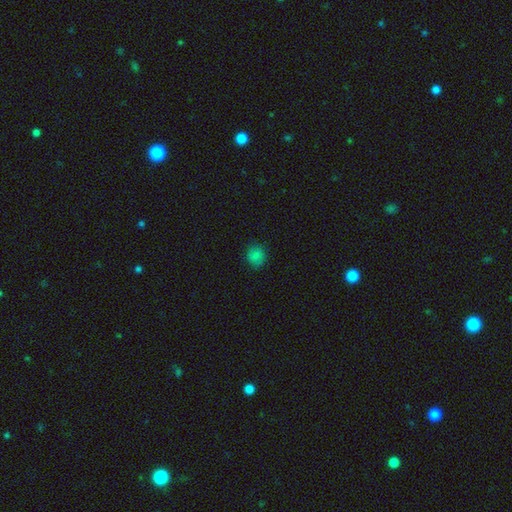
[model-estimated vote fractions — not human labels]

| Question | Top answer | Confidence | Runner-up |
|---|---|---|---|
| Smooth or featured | smooth | 81% | star or artifact (14%) |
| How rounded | round | 76% | in between (23%) |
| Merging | none | 83% | minor disturbance (13%) |